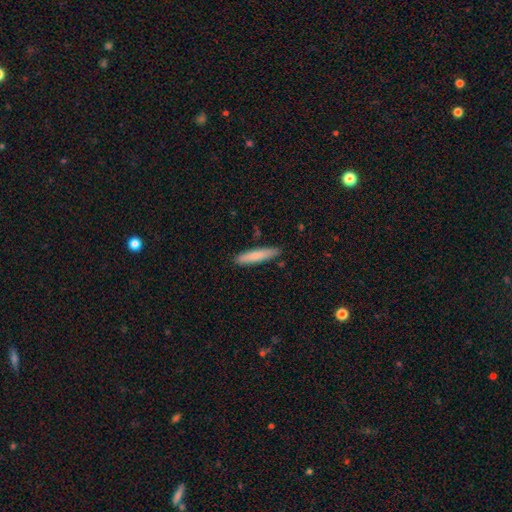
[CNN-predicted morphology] Smooth or featured? Predicted: smooth (p=0.78). How rounded? Predicted: cigar-shaped (p=0.87). Merging? Predicted: none (p=0.87).